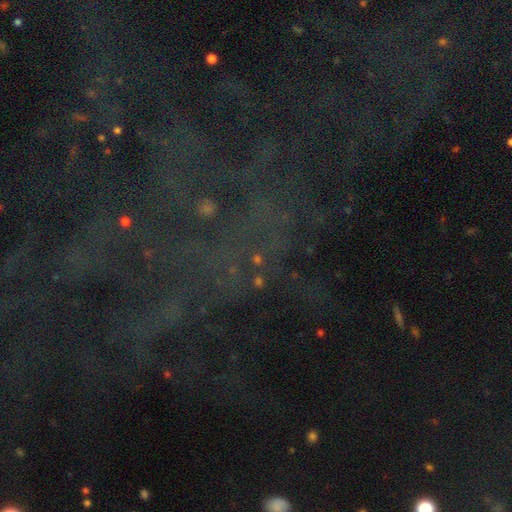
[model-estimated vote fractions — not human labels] A star or artifact, not a galaxy (73%).